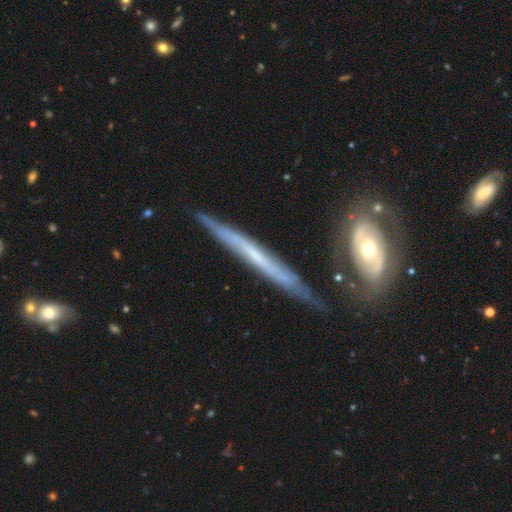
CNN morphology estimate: Smooth or featured: featured or disk — 71% (smooth — 22%)
Edge-on disk: yes — 83% (no — 17%)
Edge-on bulge: none — 81% (rounded — 14%)
Merging: none — 76% (minor disturbance — 16%)